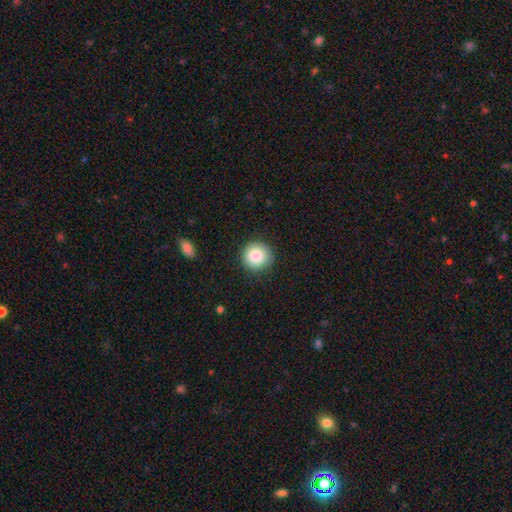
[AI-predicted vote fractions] Smooth or featured? smooth (85%)
How rounded? round (94%)
Merging? none (90%)